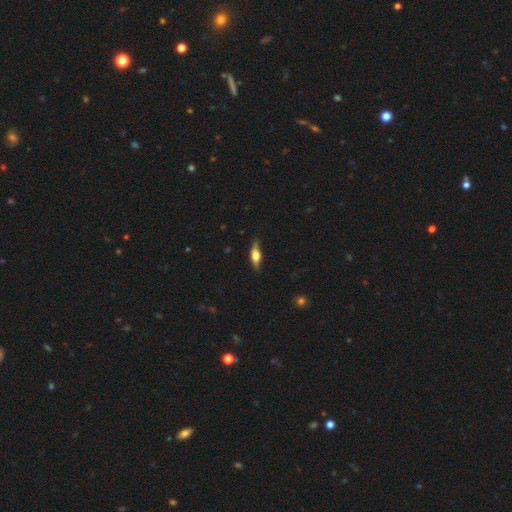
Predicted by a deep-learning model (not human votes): The model was most divided on "smooth or featured": smooth: 48%, featured or disk: 46%, star or artifact: 6%. More confident: merging — none (82%).